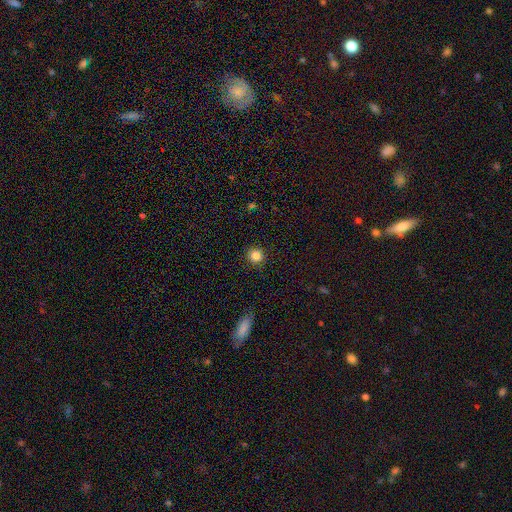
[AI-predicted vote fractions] This is clearly a smooth galaxy (85%). How rounded: clearly round (93%). Merging: clearly none (90%).